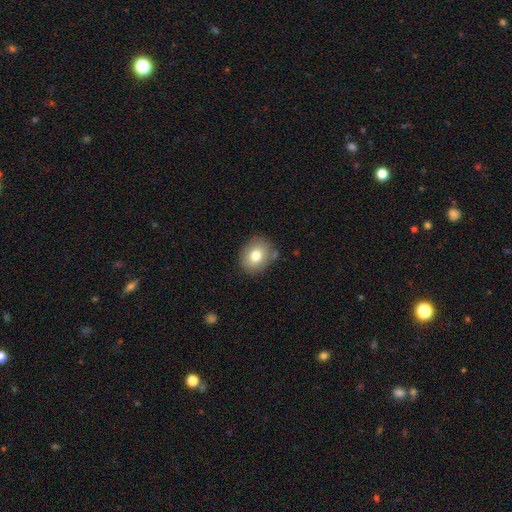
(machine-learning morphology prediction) This appears to be a smooth galaxy with no disk features (78%) that is round (60%). Merging: none (82%).